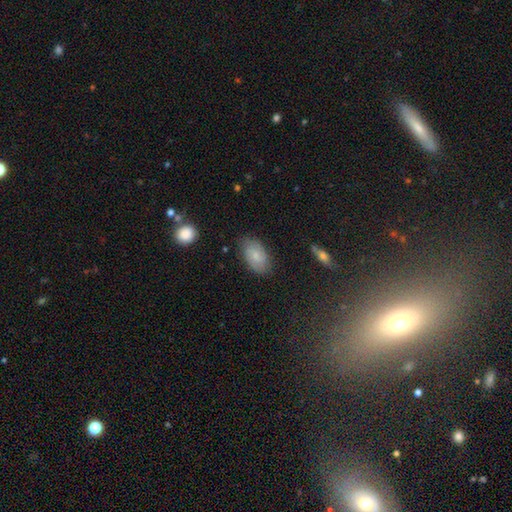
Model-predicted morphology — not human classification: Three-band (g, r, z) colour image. It shows a smooth galaxy with no disk features (61%) that is in between round and cigar-shaped (92%). Merging: none (78%).